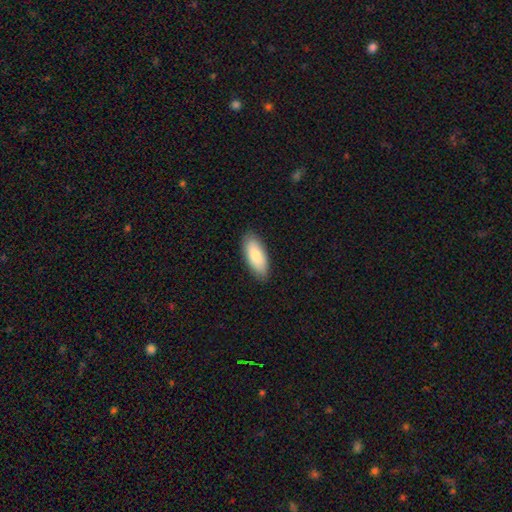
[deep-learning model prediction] smooth_or_featured: smooth (p=0.84) [alt: featured or disk p=0.11]
how_rounded: in between (p=0.80) [alt: cigar-shaped p=0.18]
merging: none (p=0.87) [alt: minor disturbance p=0.10]